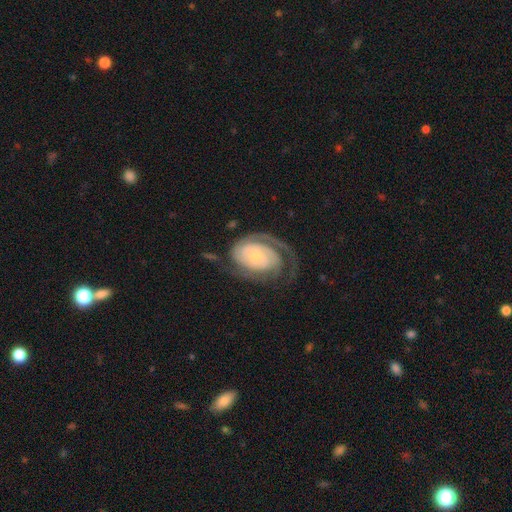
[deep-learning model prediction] Q: Smooth or featured?
A: featured or disk (87%); runner-up: smooth (8%)
Q: Edge-on disk?
A: no (97%); runner-up: yes (3%)
Q: Bar?
A: no (67%); runner-up: weak (25%)
Q: Spiral arms?
A: yes (97%); runner-up: no (3%)
Q: Spiral winding?
A: tight (66%); runner-up: medium (26%)
Q: Spiral arm count?
A: 2 (61%); runner-up: 1 (14%)
Q: Bulge size?
A: small (67%); runner-up: moderate (23%)
Q: Merging?
A: none (64%); runner-up: minor disturbance (18%)